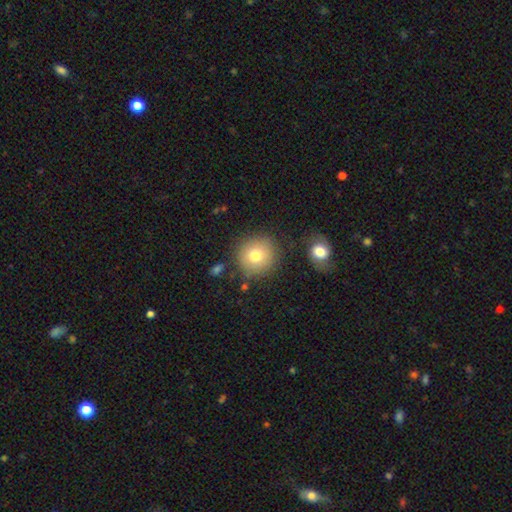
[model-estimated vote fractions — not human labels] Overall: smooth (77%). How rounded: round (92%). Merging: none (81%).